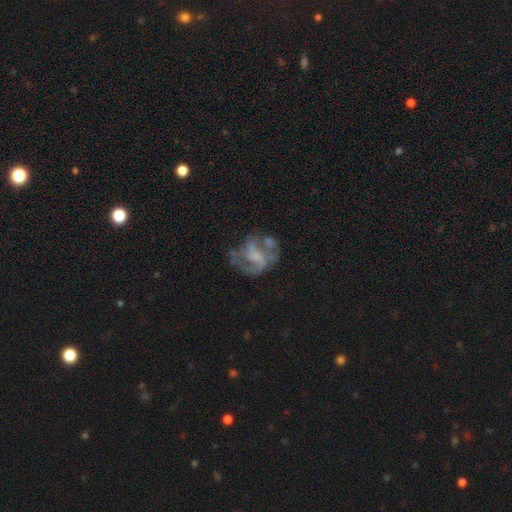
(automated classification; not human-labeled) Overall: featured or disk (71%). Edge-on disk: no (98%). Bar: no (56%; weak 35%). Spiral arms: yes (64%; no 36%). Bulge size: none (37%; small 33%). Merging: none (42%; major disturbance 27%).